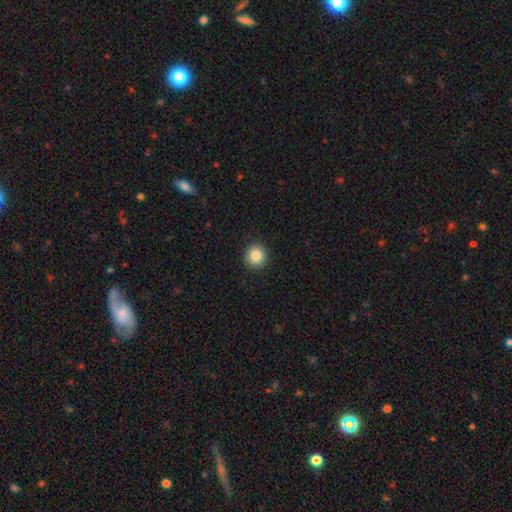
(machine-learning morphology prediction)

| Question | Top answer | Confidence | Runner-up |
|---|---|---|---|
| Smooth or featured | smooth | 85% | star or artifact (9%) |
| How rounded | round | 93% | in between (6%) |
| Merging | none | 93% | minor disturbance (5%) |